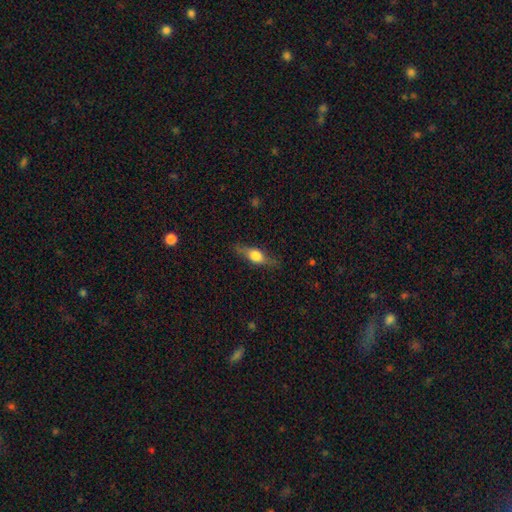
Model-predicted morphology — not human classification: This is possibly a featured or disk galaxy (50%). It is clearly viewed edge-on (89%). Merging: likely none (79%).